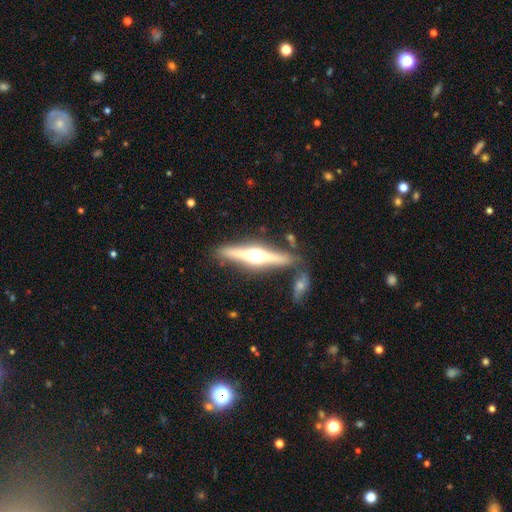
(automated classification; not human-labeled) This is likely a featured or disk galaxy (75%). It is clearly viewed edge-on (96%). Edge-on bulge: clearly rounded (95%). Merging: likely none (77%).